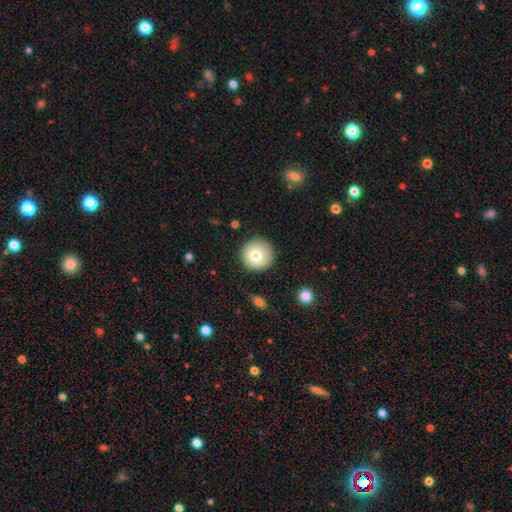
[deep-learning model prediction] Smooth or featured?
  - smooth: 76% *
  - featured or disk: 15%
  - star or artifact: 9%
How rounded?
  - round: 96% *
  - in between: 3%
  - cigar-shaped: 1%
Merging?
  - none: 90% *
  - minor disturbance: 7%
  - major disturbance: 2%
  - merger: 1%